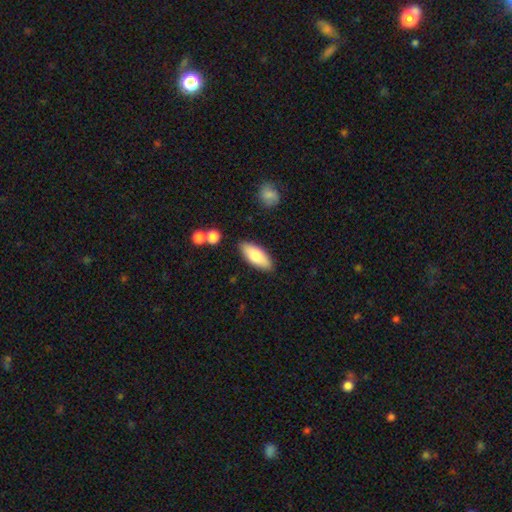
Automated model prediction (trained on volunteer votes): A smooth galaxy with no disk features (76%) that is in between round and cigar-shaped (79%). Merging: none (86%).